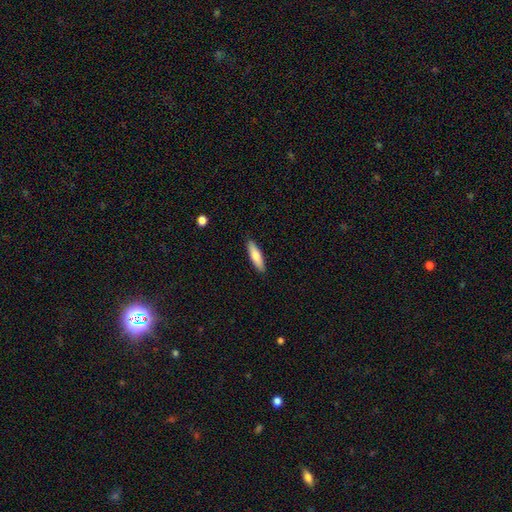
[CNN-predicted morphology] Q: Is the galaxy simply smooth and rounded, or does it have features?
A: smooth — 74%.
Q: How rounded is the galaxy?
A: cigar-shaped — 65%.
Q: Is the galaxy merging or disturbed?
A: none — 90%.